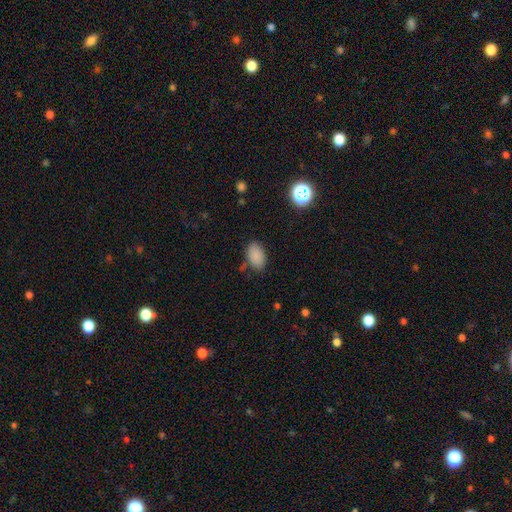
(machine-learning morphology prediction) A smooth galaxy with no disk features (86%) that is in between round and cigar-shaped (90%).

Vote fractions:
- Smooth or featured? smooth: 86% / star or artifact: 10% / featured or disk: 4%
- How rounded? in between: 90% / round: 9% / cigar-shaped: 1%
- Merging? none: 78% / minor disturbance: 16% / major disturbance: 4% / merger: 3%